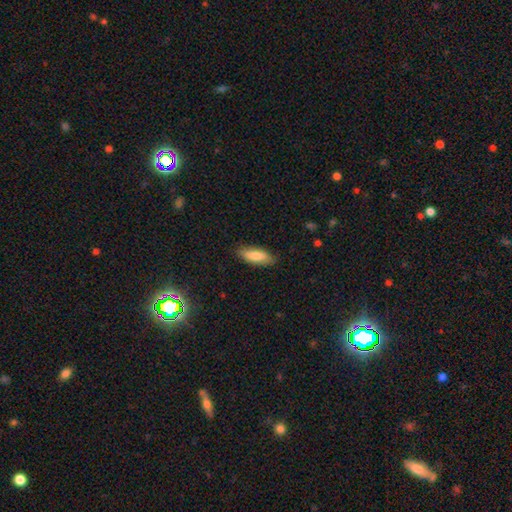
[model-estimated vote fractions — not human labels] This appears to be a smooth galaxy with no disk features (80%) that is in between round and cigar-shaped (62%). Merging: none (82%).